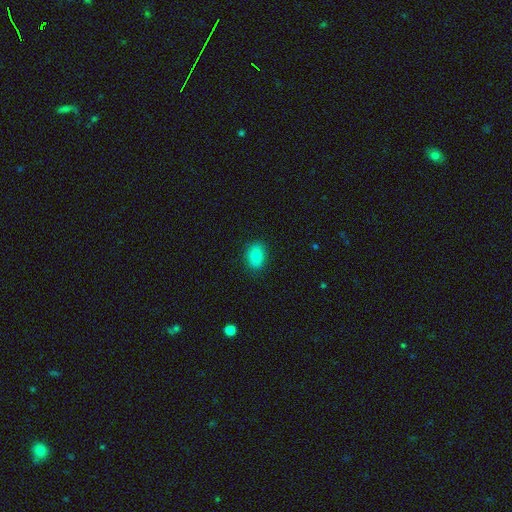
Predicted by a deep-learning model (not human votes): Morphology: type=smooth (81%); roundness=in between (73%); merging=none (86%).